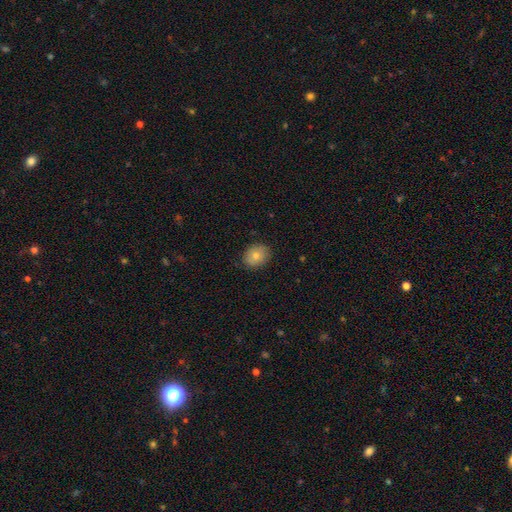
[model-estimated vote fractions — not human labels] Smooth or featured?
  - smooth: 75% *
  - featured or disk: 15%
  - star or artifact: 10%
How rounded?
  - in between: 55% *
  - round: 44%
  - cigar-shaped: 1%
Merging?
  - none: 87% *
  - minor disturbance: 10%
  - major disturbance: 2%
  - merger: 1%